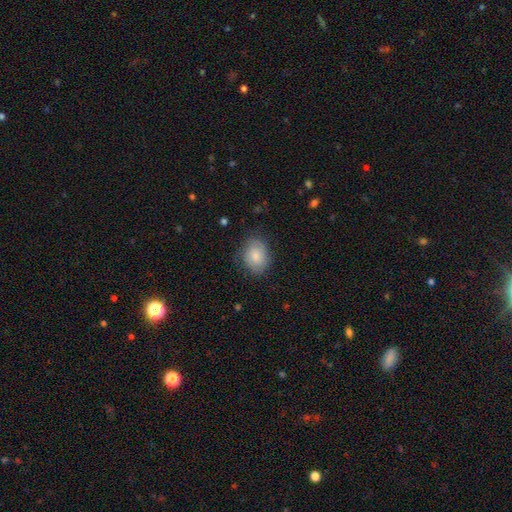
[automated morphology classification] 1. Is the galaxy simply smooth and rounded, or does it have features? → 77% smooth, 17% featured or disk, 7% star or artifact.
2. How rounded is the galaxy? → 68% in between, 31% round, 1% cigar-shaped.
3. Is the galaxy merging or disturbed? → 74% none, 19% minor disturbance, 5% major disturbance, 1% merger.